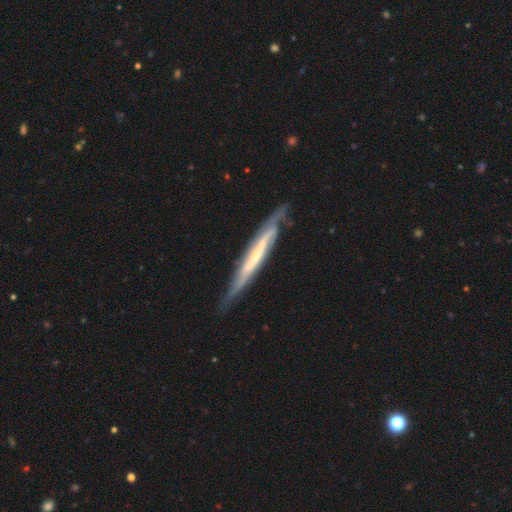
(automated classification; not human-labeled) Smooth or featured? Predicted: featured or disk (p=0.77). Edge-on disk? Predicted: yes (p=0.74). Edge-on bulge? Predicted: none (p=0.64). Merging? Predicted: none (p=0.72).